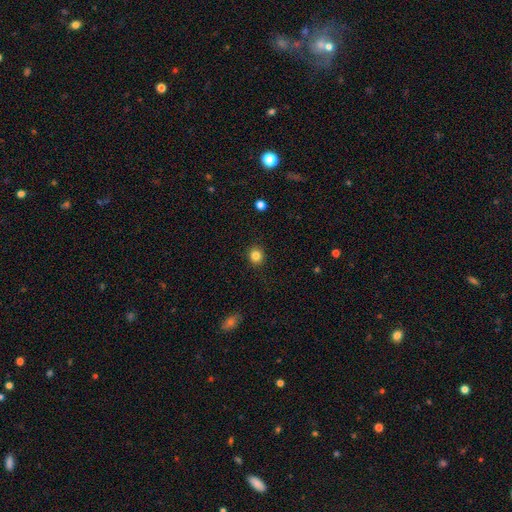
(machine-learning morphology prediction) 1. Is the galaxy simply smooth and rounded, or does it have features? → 84% smooth, 11% star or artifact, 5% featured or disk.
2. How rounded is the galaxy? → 88% round, 11% in between, 1% cigar-shaped.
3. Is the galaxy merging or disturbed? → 91% none, 6% minor disturbance, 2% major disturbance, 1% merger.